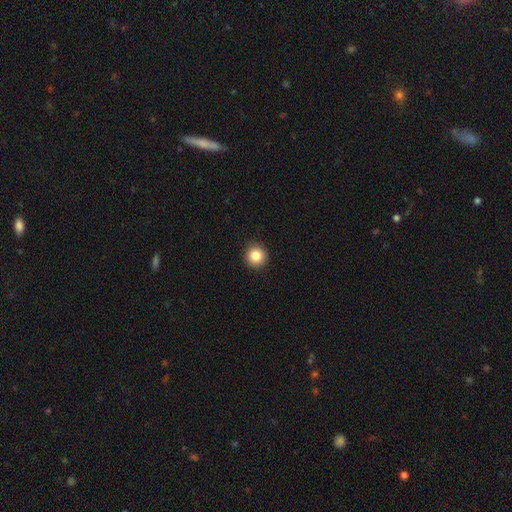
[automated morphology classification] smooth-or-featured: smooth: 85% | star or artifact: 10% | featured or disk: 5%
  how-rounded: round: 95% | in between: 4% | cigar-shaped: 1%
  merging: none: 93% | minor disturbance: 5% | major disturbance: 2% | merger: 1%